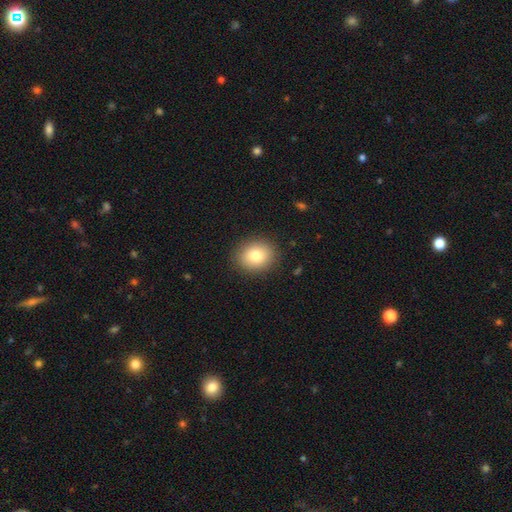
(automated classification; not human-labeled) Smooth or featured? Predicted: smooth (p=0.81). How rounded? Predicted: round (p=0.64). Merging? Predicted: none (p=0.89).